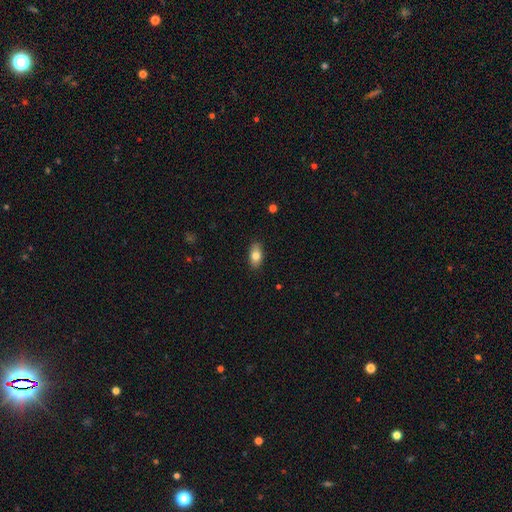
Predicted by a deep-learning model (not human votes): Smooth or featured? smooth (80%)
How rounded? in between (90%)
Merging? none (88%)